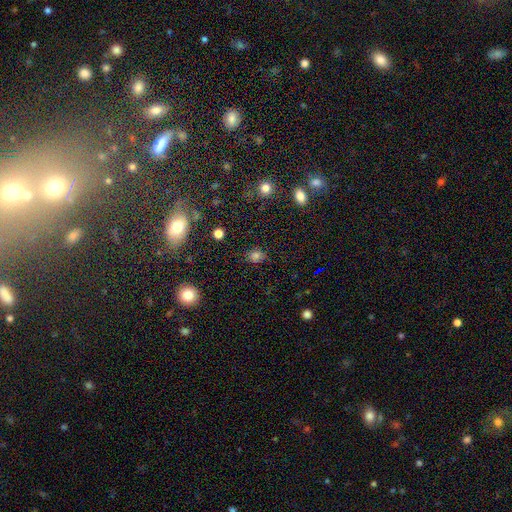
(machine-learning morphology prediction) Q: Smooth or featured?
A: smooth (74%); runner-up: star or artifact (19%)
Q: How rounded?
A: round (56%); runner-up: in between (42%)
Q: Merging?
A: none (79%); runner-up: minor disturbance (15%)